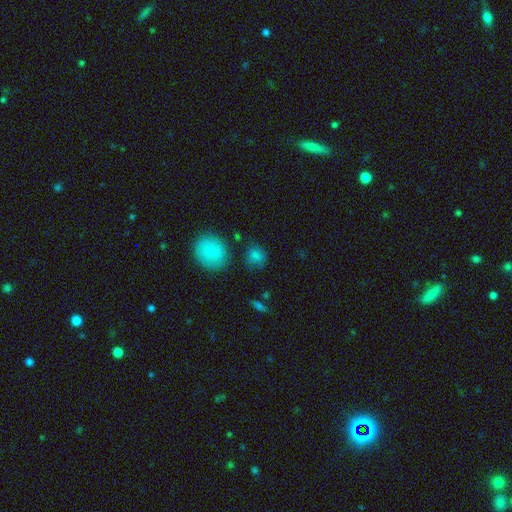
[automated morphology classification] This appears to be a smooth galaxy with no disk features (80%) that is round (72%). Merging: none (71%).